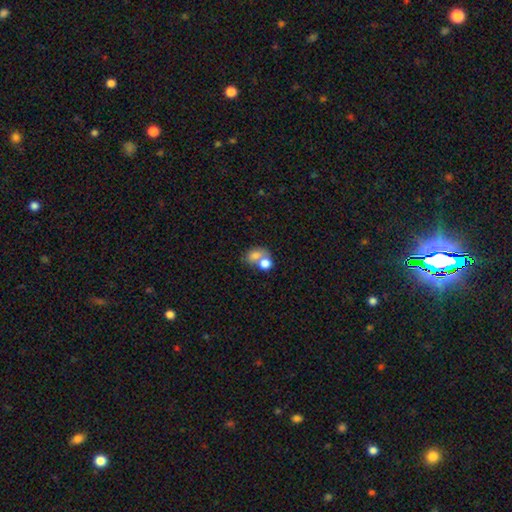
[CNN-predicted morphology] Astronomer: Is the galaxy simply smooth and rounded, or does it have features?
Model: smooth — 74%.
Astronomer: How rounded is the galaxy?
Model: in between — 57% (runner-up: round, 42%).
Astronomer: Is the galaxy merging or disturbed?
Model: merger — 59%.